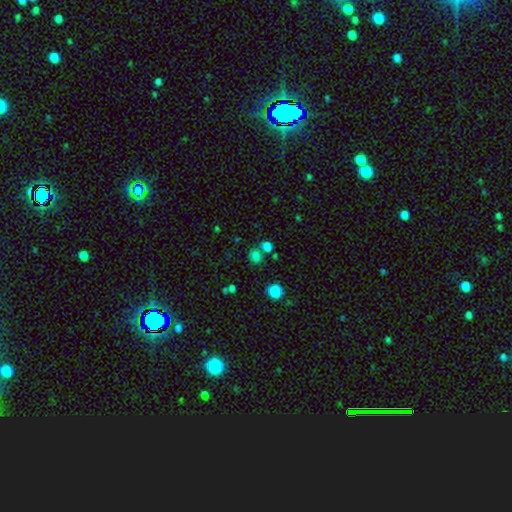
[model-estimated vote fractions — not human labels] A smooth galaxy with no disk features (77%) that is round (75%). Merging: none (68%).